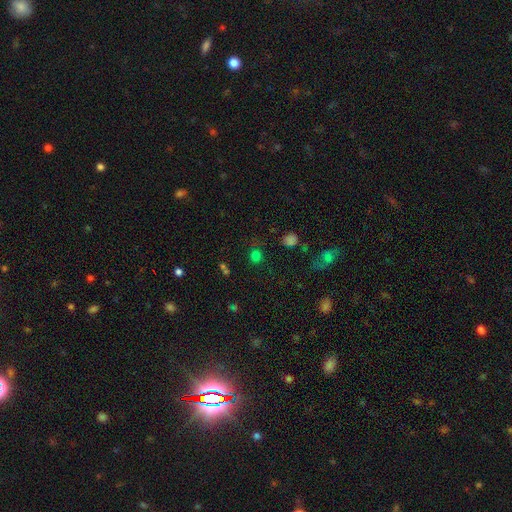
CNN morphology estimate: Q: Smooth or featured?
A: smooth (71%); runner-up: star or artifact (23%)
Q: How rounded?
A: round (82%); runner-up: in between (17%)
Q: Merging?
A: none (77%); runner-up: minor disturbance (13%)